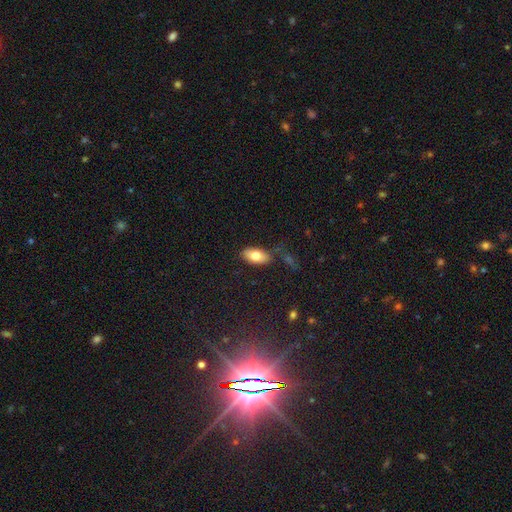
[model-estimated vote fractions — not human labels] Smooth or featured?
  - smooth: 78% *
  - featured or disk: 15%
  - star or artifact: 7%
How rounded?
  - in between: 92% *
  - cigar-shaped: 4%
  - round: 3%
Merging?
  - none: 75% *
  - minor disturbance: 15%
  - merger: 5%
  - major disturbance: 4%